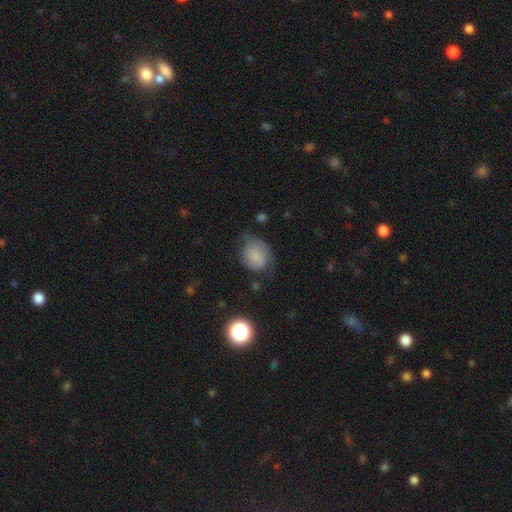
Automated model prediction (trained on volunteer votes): A smooth galaxy with no disk features (76%) that is round (52%).

Vote fractions:
- Smooth or featured? smooth: 76% / featured or disk: 14% / star or artifact: 10%
- How rounded? round: 52% / in between: 47% / cigar-shaped: 1%
- Merging? none: 50% / minor disturbance: 34% / major disturbance: 14% / merger: 2%